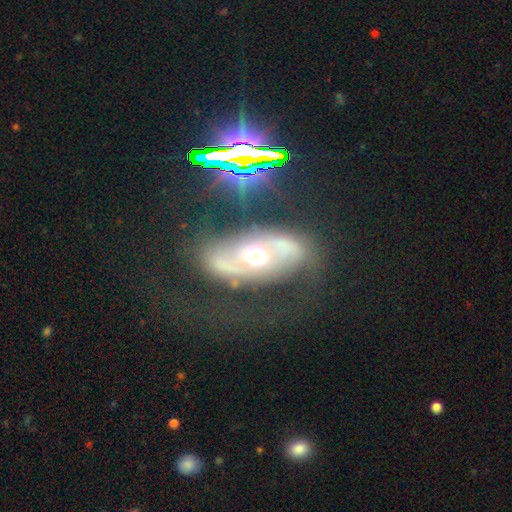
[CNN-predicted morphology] A featured or disk galaxy (70%) with no bar (60%), spiral arms (66%) and a moderate central bulge (68%). Merging: none (68%).